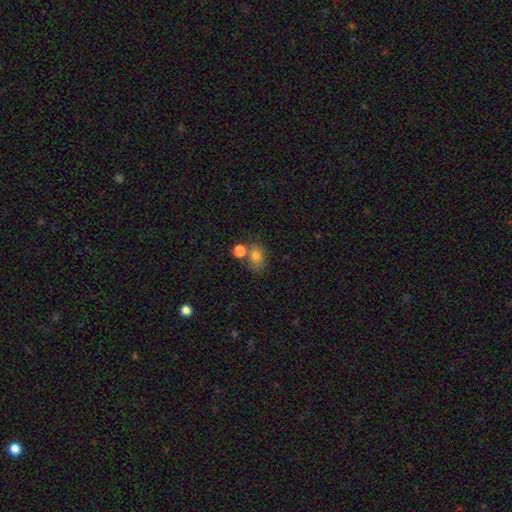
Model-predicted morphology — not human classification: Q: Smooth or featured?
A: smooth (78%); runner-up: star or artifact (12%)
Q: How rounded?
A: round (50%); runner-up: in between (49%)
Q: Merging?
A: none (52%); runner-up: merger (27%)